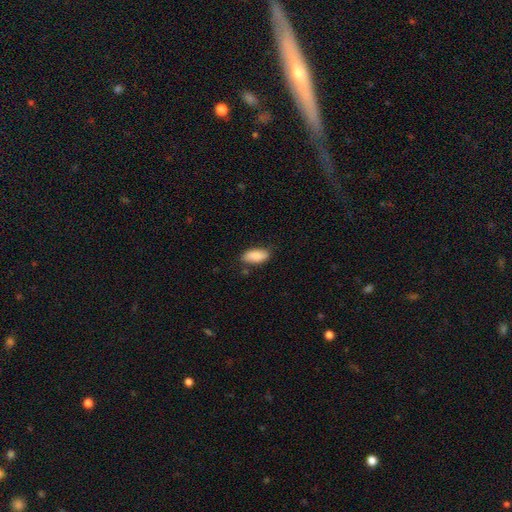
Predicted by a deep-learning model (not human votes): smooth 88%, star or artifact 6%, featured or disk 6%. Down the decision tree: how rounded — in between (88%); merging — none (77%).